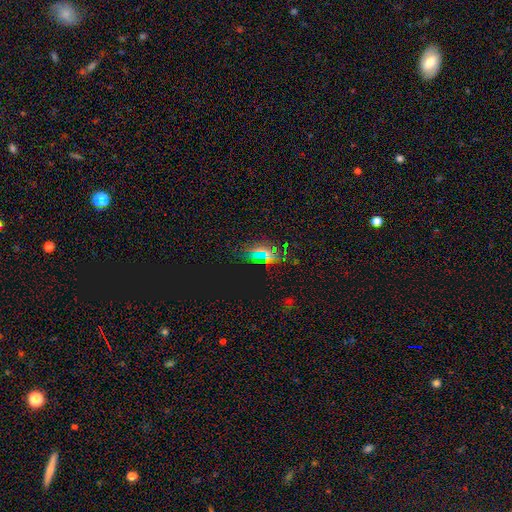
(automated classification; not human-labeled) Smooth or featured? star or artifact (50%)